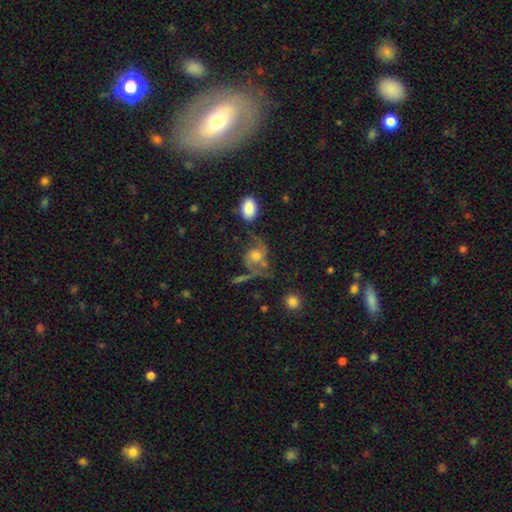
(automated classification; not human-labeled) Smooth or featured? featured or disk (70%)
Edge-on disk? no (96%)
Bar? no (69%)
Spiral arms? yes (89%)
Spiral winding? loose (52%)
Spiral arm count? 2 (88%)
Bulge size? moderate (49%)
Merging? none (48%)